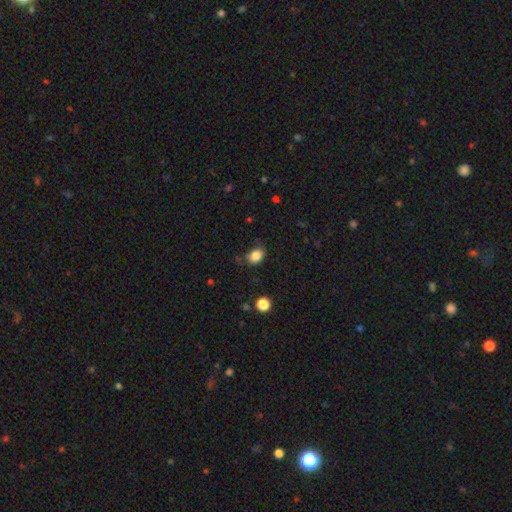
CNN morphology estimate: This is clearly a smooth galaxy (85%). How rounded: likely in between (71%). Merging: likely none (69%).